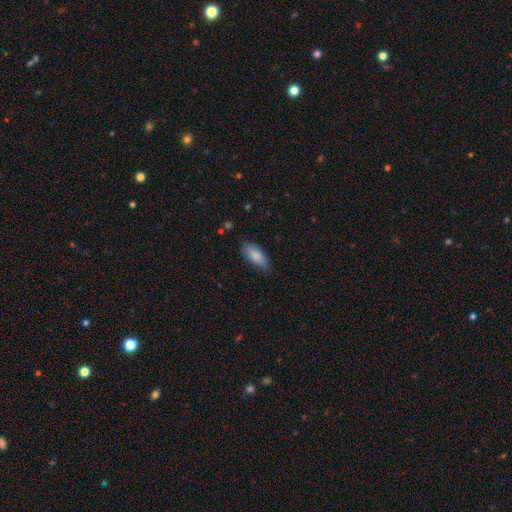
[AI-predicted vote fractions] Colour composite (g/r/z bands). It shows a smooth galaxy with no disk features (85%) that is in between round and cigar-shaped (82%). Merging: none (77%).